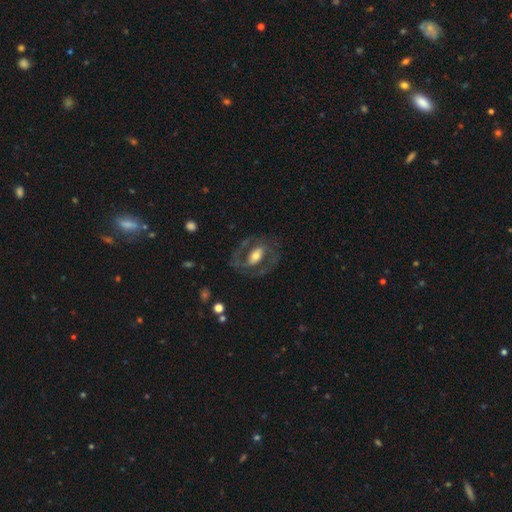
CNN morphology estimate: The model was most divided on "bar": no: 39%, weak: 32%, strong: 29%. More confident: edge-on disk — no (94%); merging — none (71%); smooth or featured — featured or disk (68%); spiral arms — yes (60%); bulge size — moderate (55%).